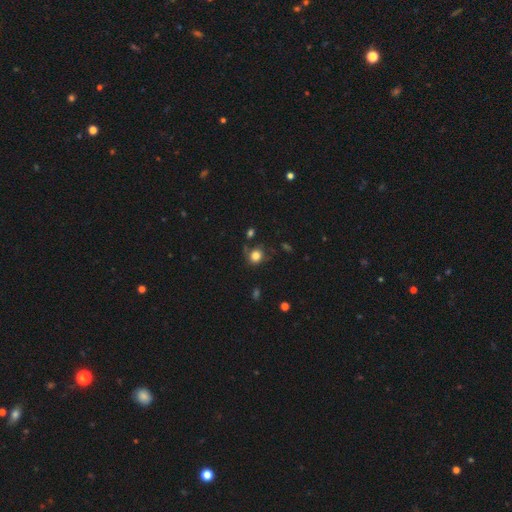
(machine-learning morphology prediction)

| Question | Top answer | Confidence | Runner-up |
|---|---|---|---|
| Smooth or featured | smooth | 81% | star or artifact (12%) |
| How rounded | round | 81% | in between (18%) |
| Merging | none | 69% | minor disturbance (18%) |